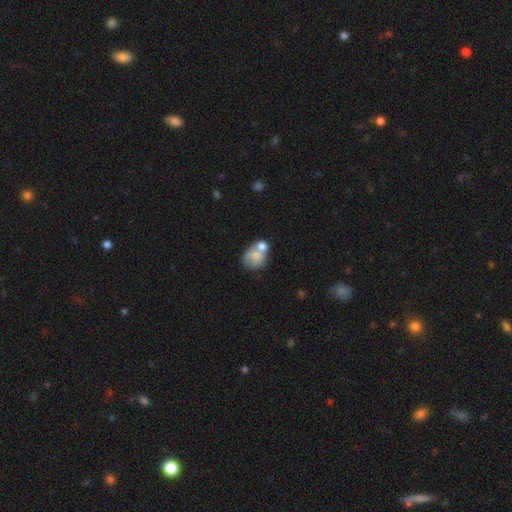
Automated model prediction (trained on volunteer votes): Smooth or featured: smooth — 71% (featured or disk — 21%)
How rounded: round — 56% (in between — 43%)
Merging: merger — 47% (none — 30%)